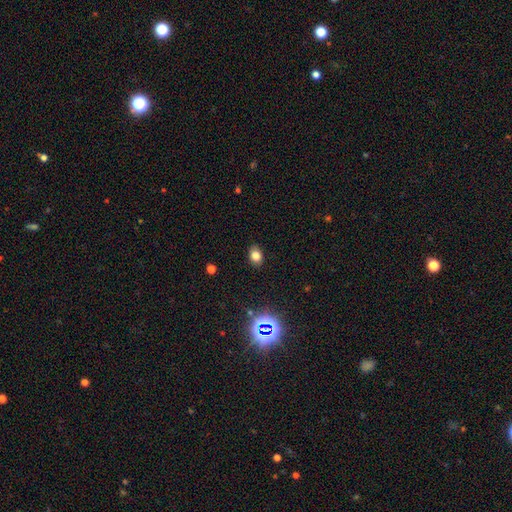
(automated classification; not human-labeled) A smooth galaxy with no disk features (77%) that is in between round and cigar-shaped (69%). Merging: none (86%).